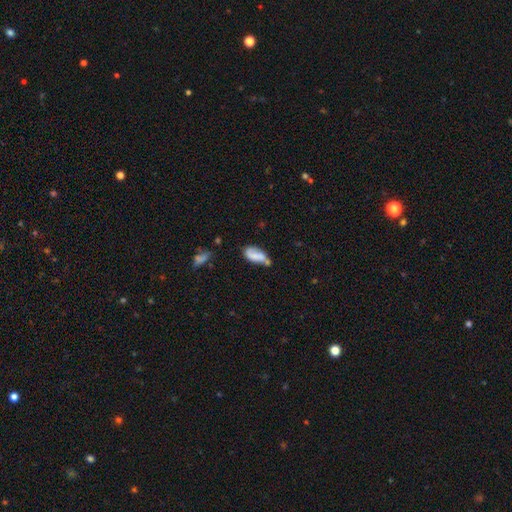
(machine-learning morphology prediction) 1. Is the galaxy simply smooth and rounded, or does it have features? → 59% smooth, 33% featured or disk, 8% star or artifact.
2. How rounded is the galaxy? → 88% in between, 9% cigar-shaped, 4% round.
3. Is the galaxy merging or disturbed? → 40% none, 29% minor disturbance, 20% merger, 12% major disturbance.